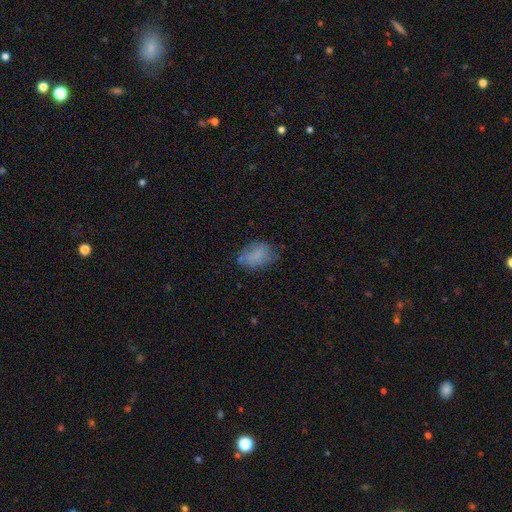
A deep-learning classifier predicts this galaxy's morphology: Overall: smooth (72%). How rounded: in between (84%). Merging: none (63%; minor disturbance 25%).